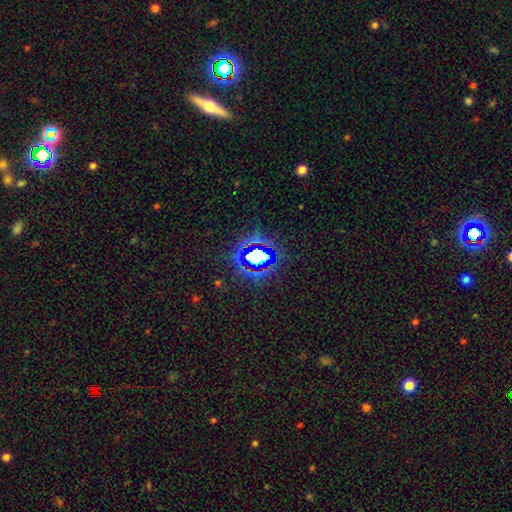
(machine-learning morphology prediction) This appears to be a star or artifact, not a galaxy (74%).